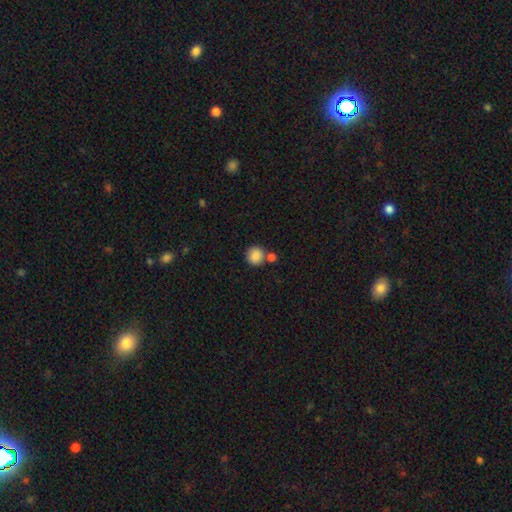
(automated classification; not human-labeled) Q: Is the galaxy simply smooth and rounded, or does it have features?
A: smooth — 87%.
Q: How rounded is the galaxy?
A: round — 90%.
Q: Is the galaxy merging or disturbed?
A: none — 66%.